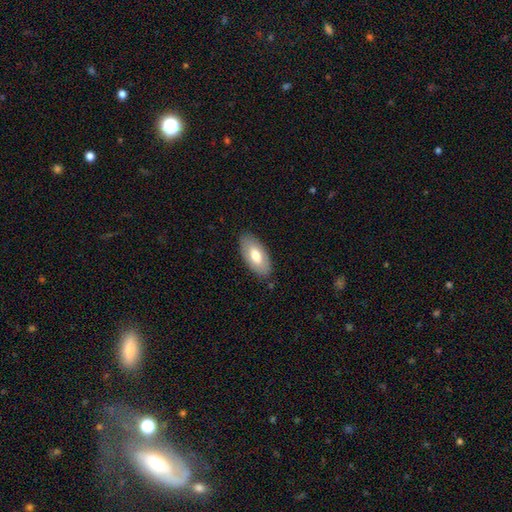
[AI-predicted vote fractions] Smooth or featured? Predicted: smooth (p=0.69). How rounded? Predicted: in between (p=0.93). Merging? Predicted: none (p=0.84).